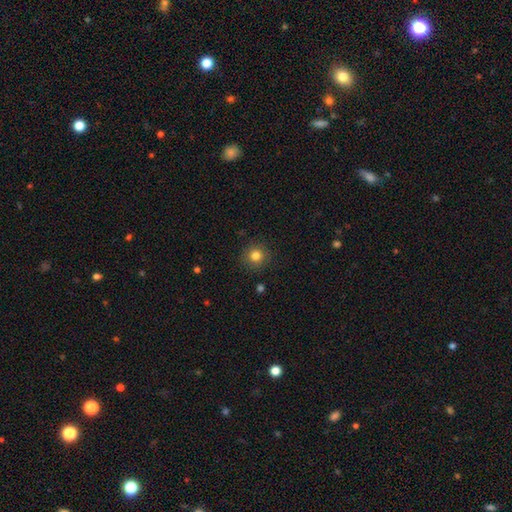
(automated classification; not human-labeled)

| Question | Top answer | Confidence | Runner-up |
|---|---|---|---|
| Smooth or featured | smooth | 81% | star or artifact (12%) |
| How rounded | round | 93% | in between (6%) |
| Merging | none | 90% | minor disturbance (6%) |